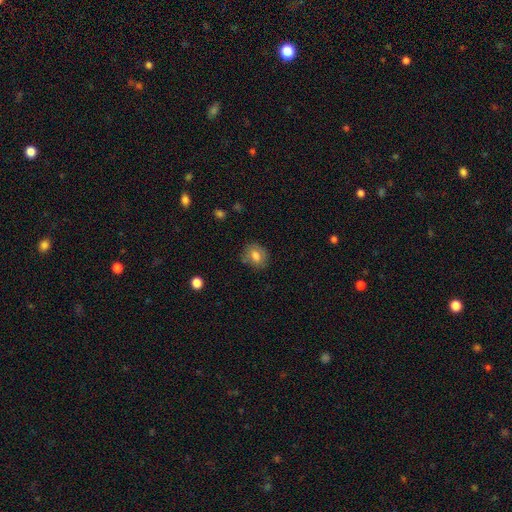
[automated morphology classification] Smooth or featured?
  - smooth: 74% *
  - featured or disk: 17%
  - star or artifact: 9%
How rounded?
  - round: 59% *
  - in between: 40%
  - cigar-shaped: 1%
Merging?
  - none: 75% *
  - minor disturbance: 18%
  - major disturbance: 5%
  - merger: 3%